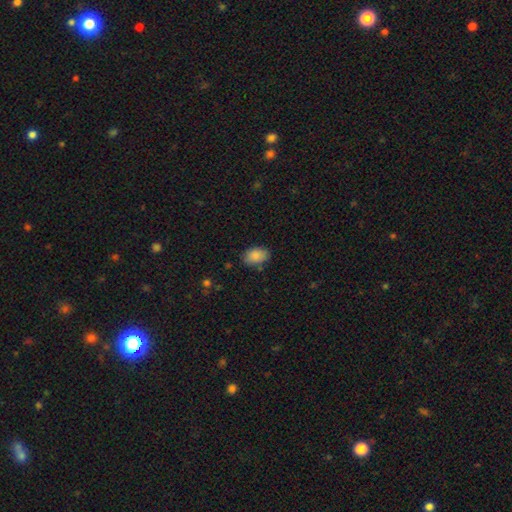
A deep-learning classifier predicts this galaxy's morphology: A smooth galaxy with no disk features (88%) that is in between round and cigar-shaped (85%).

Vote fractions:
- Smooth or featured? smooth: 88% / star or artifact: 8% / featured or disk: 5%
- How rounded? in between: 85% / round: 14% / cigar-shaped: 1%
- Merging? none: 81% / minor disturbance: 14% / major disturbance: 3% / merger: 2%